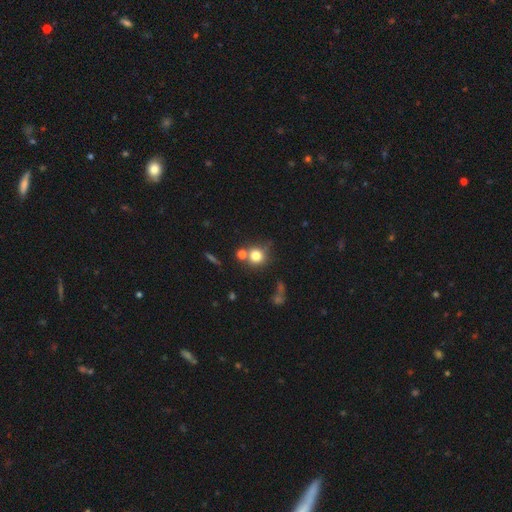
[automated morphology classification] Smooth or featured? smooth (77%)
How rounded? round (89%)
Merging? none (64%)